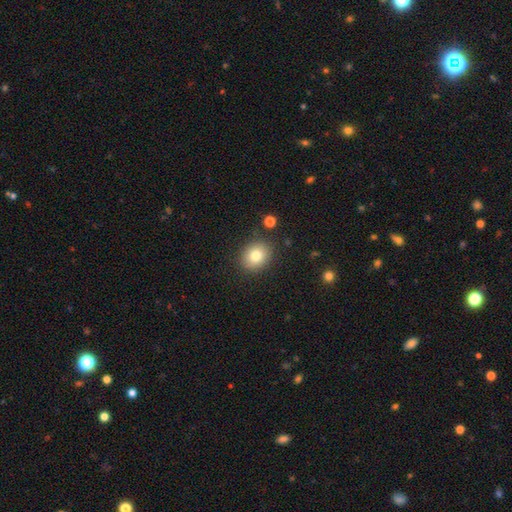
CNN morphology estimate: smooth_or_featured: smooth (p=0.80) [alt: star or artifact p=0.10]
how_rounded: round (p=0.66) [alt: in between p=0.33]
merging: none (p=0.86) [alt: minor disturbance p=0.09]